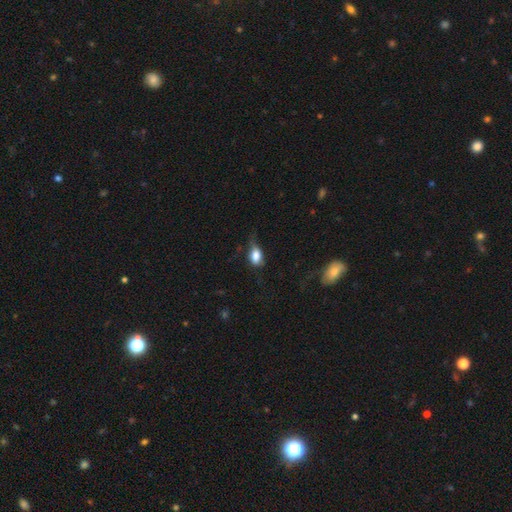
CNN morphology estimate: The model was most divided on "merging" (2-way tie): none: 35%, minor disturbance: 35%, major disturbance: 27%, merger: 3%. More confident: how rounded — in between (83%); smooth or featured — smooth (77%).